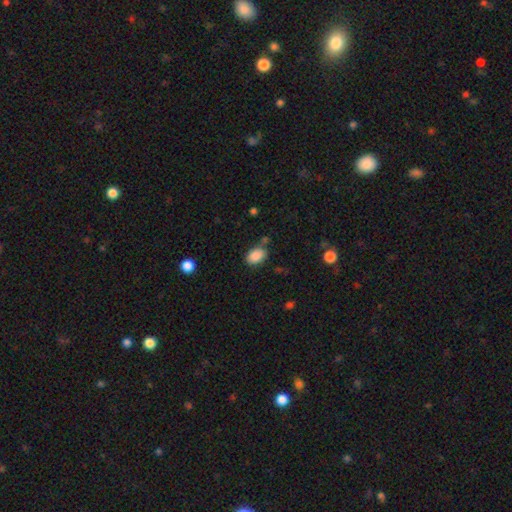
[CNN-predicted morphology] Overall: smooth (88%). How rounded: in between (83%). Merging: none (74%).